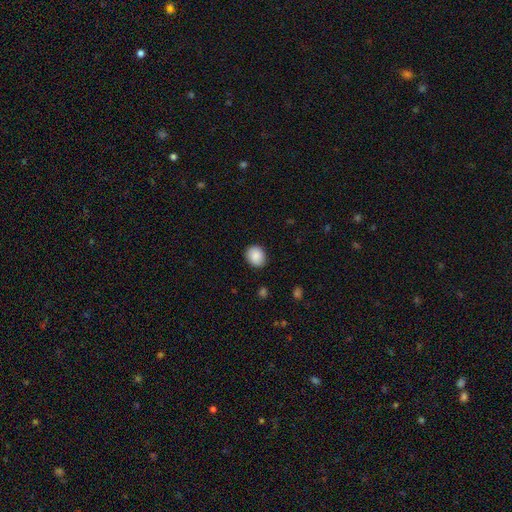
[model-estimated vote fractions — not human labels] smooth_or_featured: smooth (p=0.88) [alt: star or artifact p=0.07]
how_rounded: round (p=0.60) [alt: in between p=0.39]
merging: none (p=0.86) [alt: minor disturbance p=0.10]